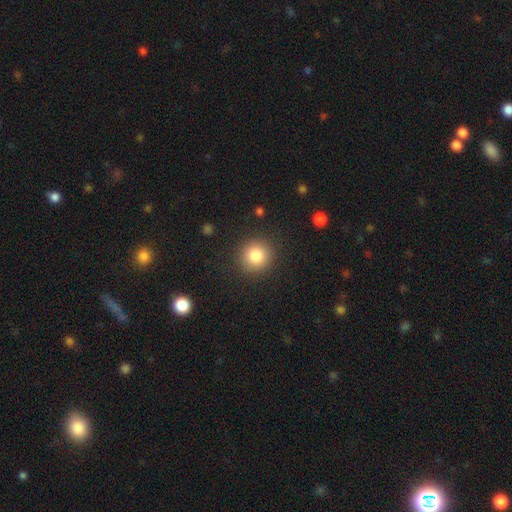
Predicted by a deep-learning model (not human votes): Smooth or featured? Predicted: smooth (p=0.83). How rounded? Predicted: round (p=0.92). Merging? Predicted: none (p=0.90).